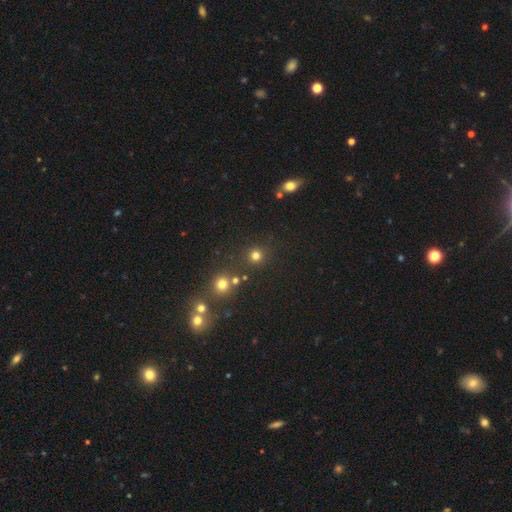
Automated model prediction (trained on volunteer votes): This is likely a smooth galaxy (75%). How rounded: clearly round (93%). Merging: clearly none (84%).